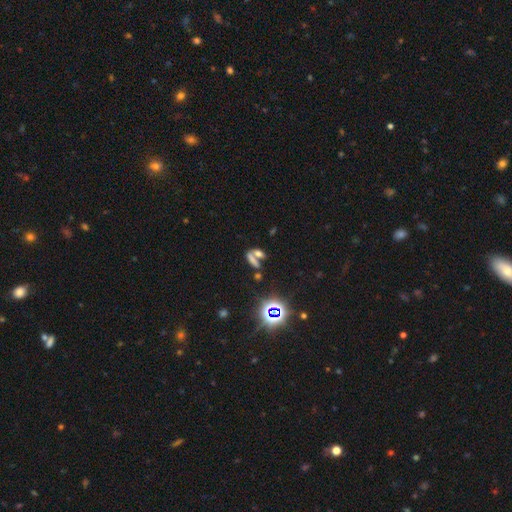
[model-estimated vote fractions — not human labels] Smooth or featured?
  - smooth: 52% *
  - star or artifact: 29%
  - featured or disk: 19%
How rounded?
  - in between: 54% *
  - cigar-shaped: 28%
  - round: 17%
Merging?
  - merger: 53% *
  - none: 32%
  - minor disturbance: 8%
  - major disturbance: 7%